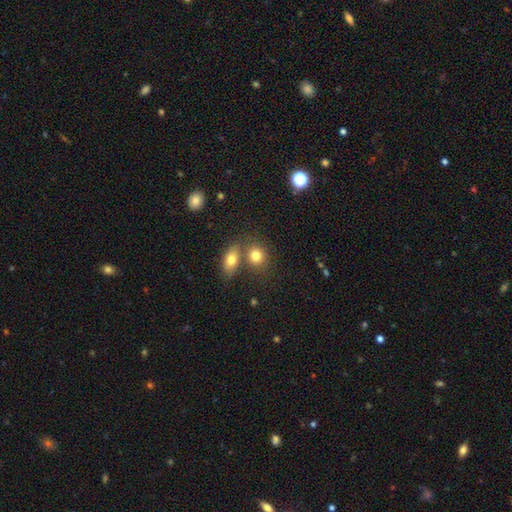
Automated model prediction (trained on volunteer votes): Smooth or featured?
  - smooth: 80% *
  - star or artifact: 10%
  - featured or disk: 10%
How rounded?
  - round: 60% *
  - in between: 38%
  - cigar-shaped: 2%
Merging?
  - none: 53% *
  - merger: 35%
  - minor disturbance: 9%
  - major disturbance: 3%